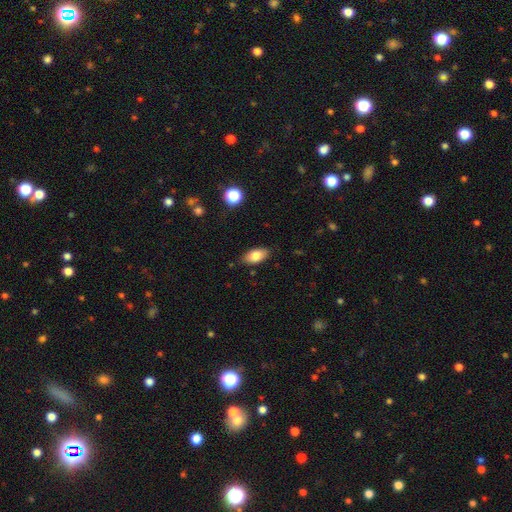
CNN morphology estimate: smooth_or_featured: smooth (p=0.80) [alt: featured or disk p=0.12]
how_rounded: in between (p=0.91) [alt: round p=0.05]
merging: none (p=0.85) [alt: minor disturbance p=0.12]